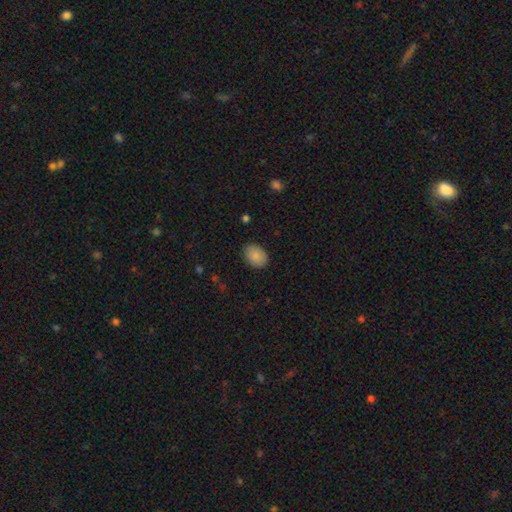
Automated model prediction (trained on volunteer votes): A smooth galaxy with no disk features (87%) that is in between round and cigar-shaped (72%).

Vote fractions:
- Smooth or featured? smooth: 87% / star or artifact: 7% / featured or disk: 5%
- How rounded? in between: 72% / round: 27% / cigar-shaped: 1%
- Merging? none: 87% / minor disturbance: 10% / major disturbance: 2% / merger: 1%